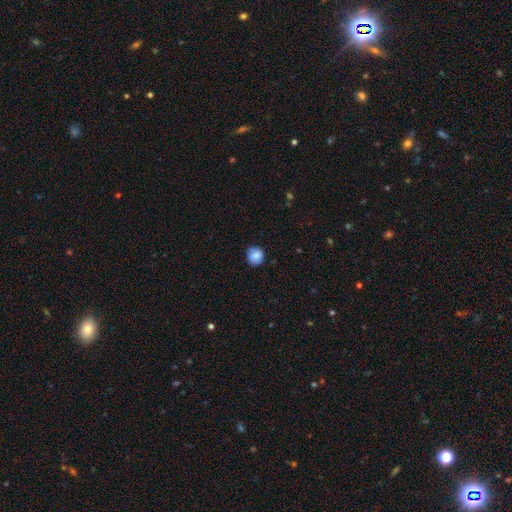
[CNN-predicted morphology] smooth_or_featured: smooth (p=0.80) [alt: featured or disk p=0.12]
how_rounded: round (p=0.88) [alt: in between p=0.11]
merging: none (p=0.77) [alt: minor disturbance p=0.18]